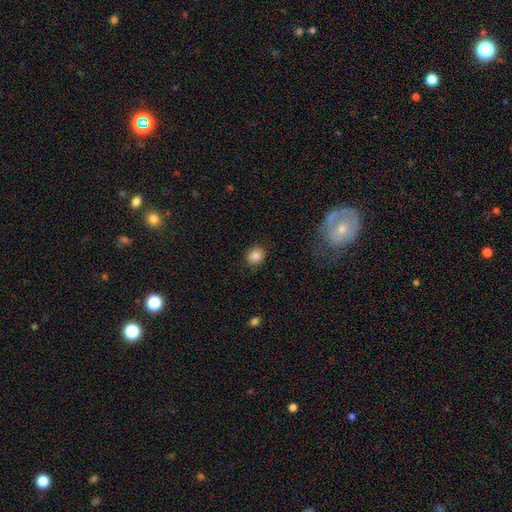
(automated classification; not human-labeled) A smooth galaxy with no disk features (85%) that is round (72%). Merging: none (86%).